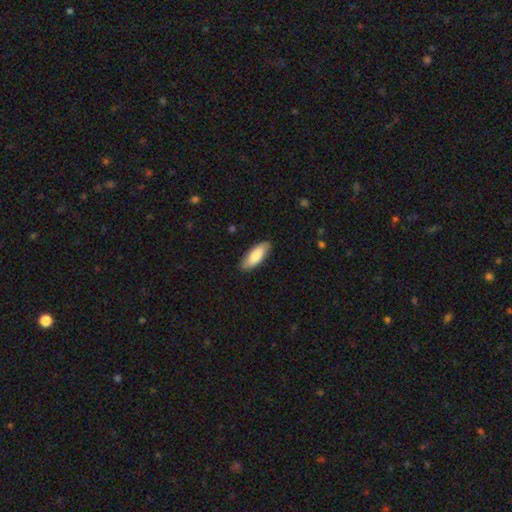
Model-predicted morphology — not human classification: This appears to be a smooth galaxy with no disk features (79%) that is in between round and cigar-shaped (75%). Merging: none (86%).